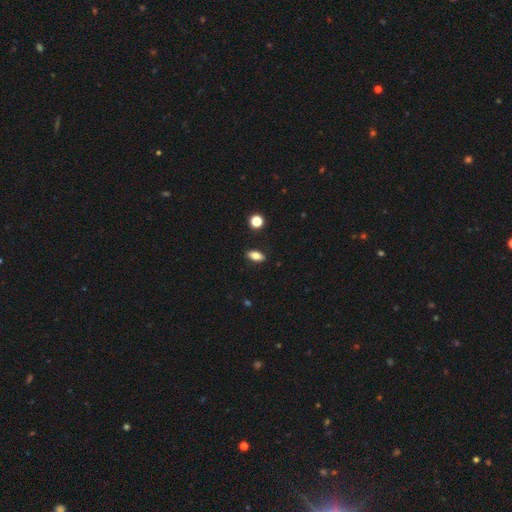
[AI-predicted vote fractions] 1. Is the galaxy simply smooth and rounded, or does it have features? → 79% smooth, 12% featured or disk, 9% star or artifact.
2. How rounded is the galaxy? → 85% in between, 9% cigar-shaped, 6% round.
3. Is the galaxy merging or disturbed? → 88% none, 9% minor disturbance, 2% major disturbance, 1% merger.